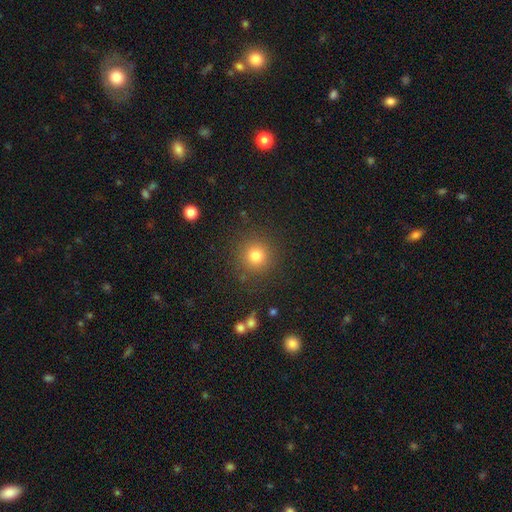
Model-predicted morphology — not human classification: smooth-or-featured: smooth: 79% | star or artifact: 14% | featured or disk: 7%
  how-rounded: round: 94% | in between: 5% | cigar-shaped: 1%
  merging: none: 87% | minor disturbance: 7% | major disturbance: 3% | merger: 2%